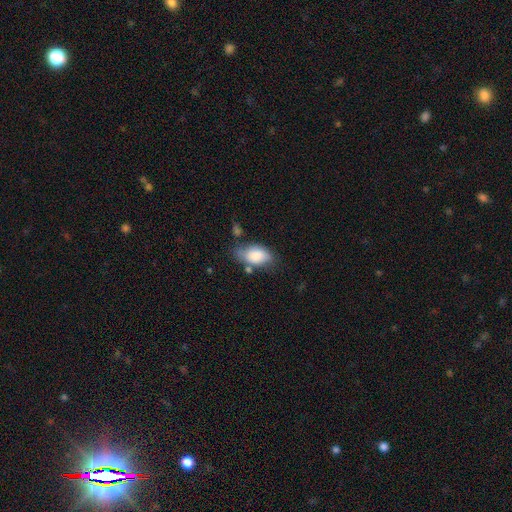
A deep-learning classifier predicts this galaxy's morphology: smooth_or_featured: smooth (p=0.81) [alt: featured or disk p=0.12]
how_rounded: in between (p=0.91) [alt: round p=0.07]
merging: none (p=0.52) [alt: minor disturbance p=0.29]